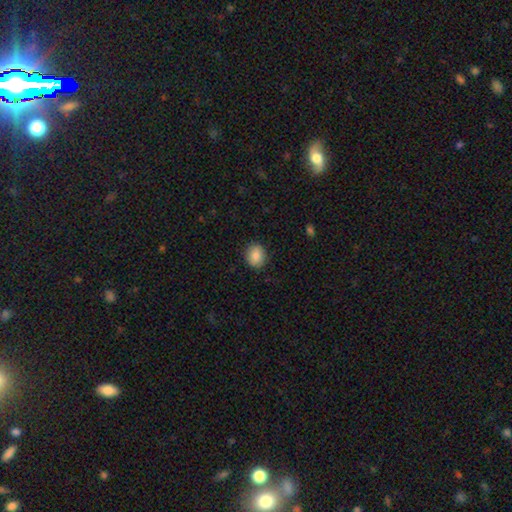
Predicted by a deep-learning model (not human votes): Smooth or featured?
  - smooth: 87% *
  - star or artifact: 8%
  - featured or disk: 5%
How rounded?
  - round: 59% *
  - in between: 40%
  - cigar-shaped: 1%
Merging?
  - none: 88% *
  - minor disturbance: 9%
  - major disturbance: 2%
  - merger: 1%